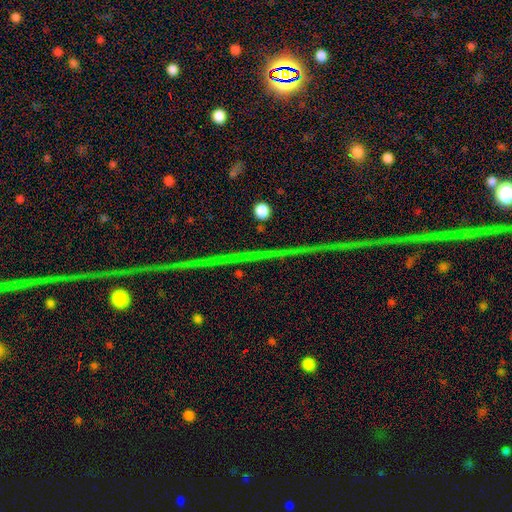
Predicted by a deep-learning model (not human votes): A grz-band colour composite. It shows a star or artifact, not a galaxy (64%).